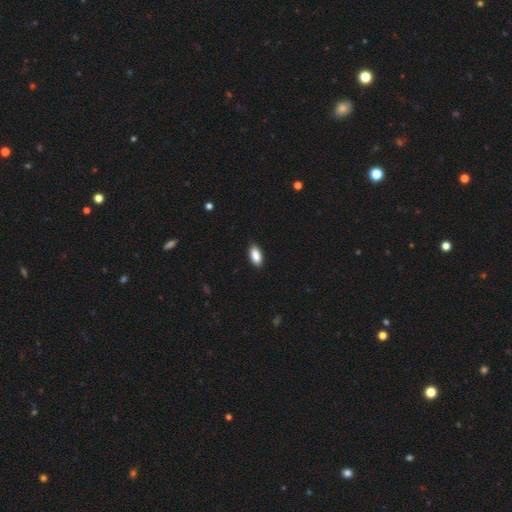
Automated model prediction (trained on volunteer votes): Overall: smooth (89%). How rounded: in between (92%). Merging: none (89%).